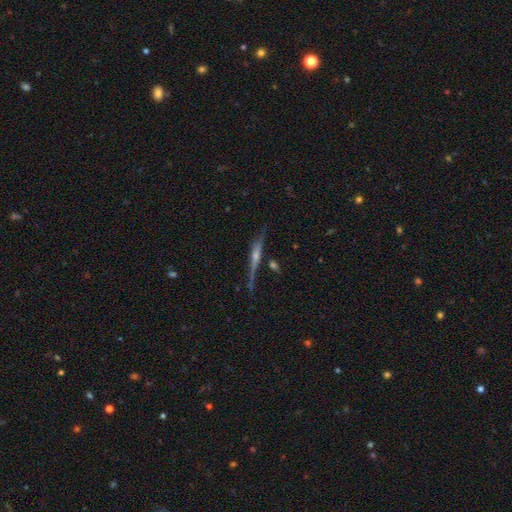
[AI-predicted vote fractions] A featured or disk galaxy (70%) viewed edge-on (95%) with a rounded central bulge (67%). Merging: none (69%).